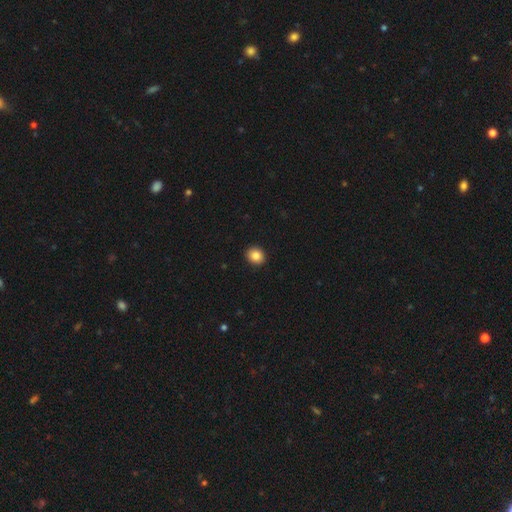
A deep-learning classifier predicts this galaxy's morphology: Smooth or featured?
  - smooth: 85% *
  - star or artifact: 9%
  - featured or disk: 5%
How rounded?
  - round: 79% *
  - in between: 20%
  - cigar-shaped: 1%
Merging?
  - none: 93% *
  - minor disturbance: 5%
  - major disturbance: 1%
  - merger: 1%